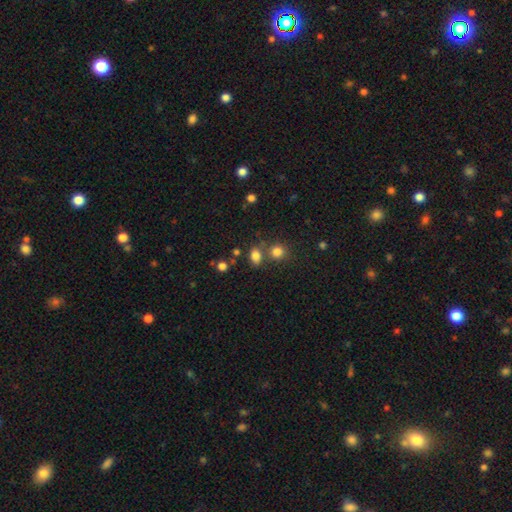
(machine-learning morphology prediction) Smooth or featured? Predicted: smooth (p=0.80). How rounded? Predicted: in between (p=0.70). Merging? Predicted: none (p=0.62).